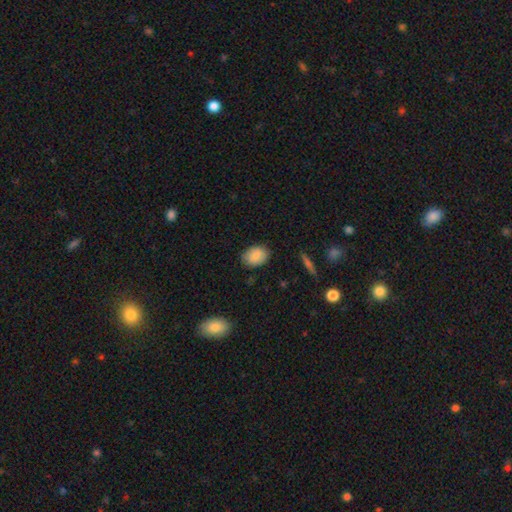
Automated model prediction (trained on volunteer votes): smooth-or-featured: smooth: 86% | star or artifact: 7% | featured or disk: 6%
  how-rounded: in between: 77% | round: 22% | cigar-shaped: 1%
  merging: none: 81% | minor disturbance: 14% | major disturbance: 3% | merger: 1%